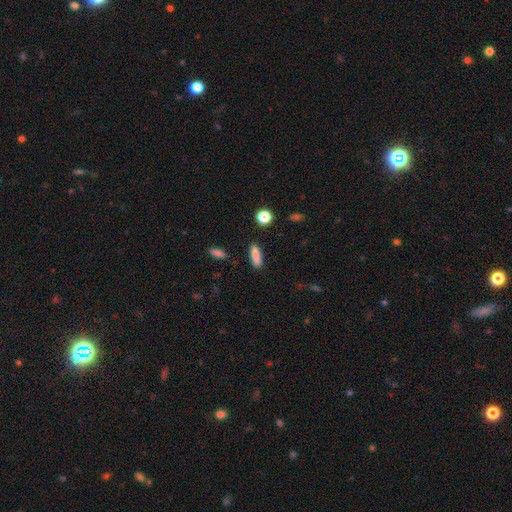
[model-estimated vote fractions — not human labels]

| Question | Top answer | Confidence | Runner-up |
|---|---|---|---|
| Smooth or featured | smooth | 86% | star or artifact (8%) |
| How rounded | cigar-shaped | 68% | in between (29%) |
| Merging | none | 89% | minor disturbance (7%) |